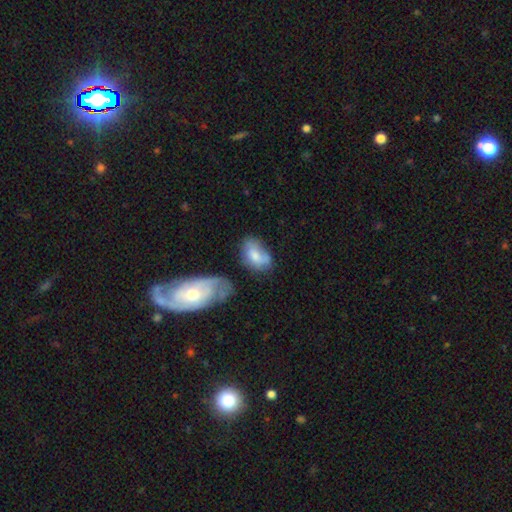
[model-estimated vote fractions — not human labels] smooth 64%, featured or disk 29%, star or artifact 7%. Down the decision tree: how rounded — in between (87%); merging — none (38%).